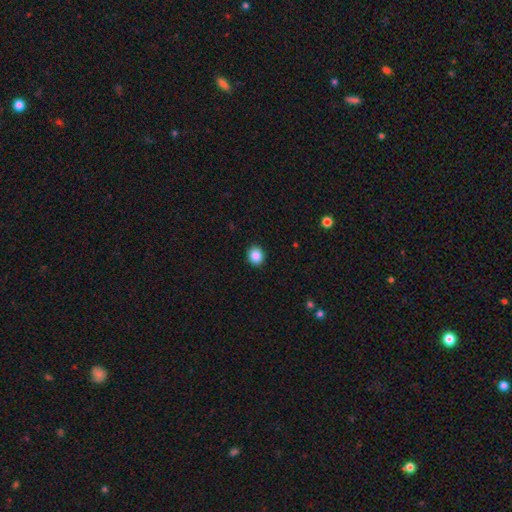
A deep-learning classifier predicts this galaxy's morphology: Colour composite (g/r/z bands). It shows a smooth galaxy with no disk features (87%) that is round (74%). Merging: none (92%).